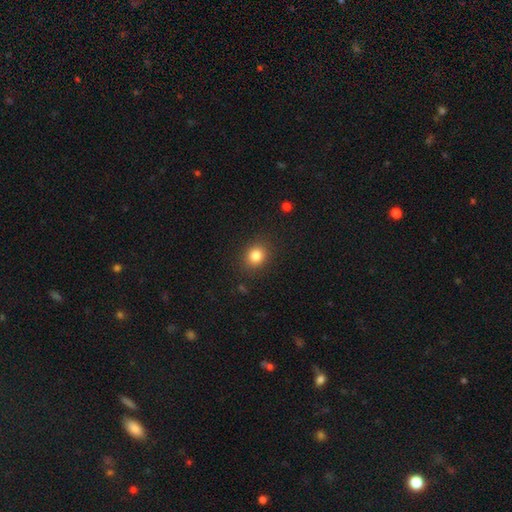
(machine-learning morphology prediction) smooth_or_featured: smooth (p=0.83) [alt: star or artifact p=0.11]
how_rounded: round (p=0.71) [alt: in between p=0.29]
merging: none (p=0.87) [alt: minor disturbance p=0.09]